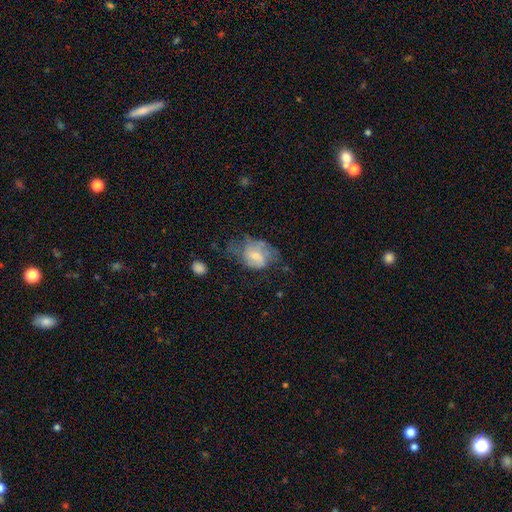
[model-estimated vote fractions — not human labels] A featured or disk galaxy (47%). Merging: none (34%).